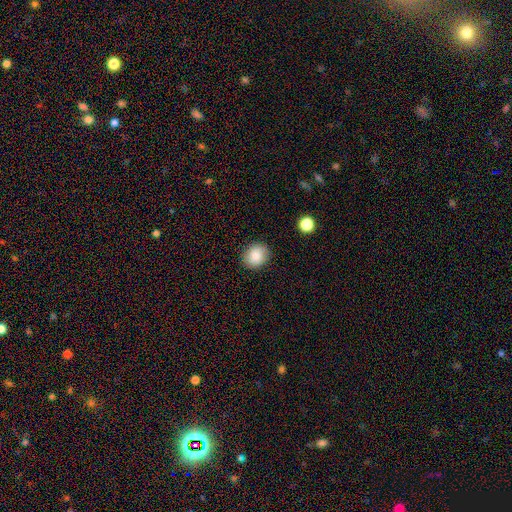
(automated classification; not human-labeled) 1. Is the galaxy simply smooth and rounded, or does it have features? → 85% smooth, 9% star or artifact, 6% featured or disk.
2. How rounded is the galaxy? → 68% round, 31% in between, 1% cigar-shaped.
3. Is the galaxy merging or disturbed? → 89% none, 8% minor disturbance, 2% major disturbance, 1% merger.